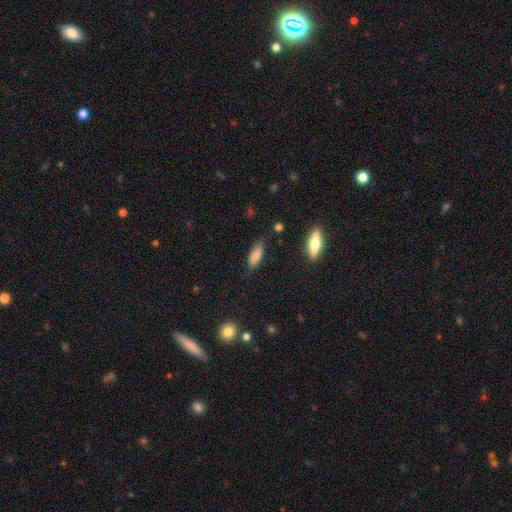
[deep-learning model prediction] Smooth or featured? Predicted: smooth (p=0.80). How rounded? Predicted: in between (p=0.65). Merging? Predicted: none (p=0.70).